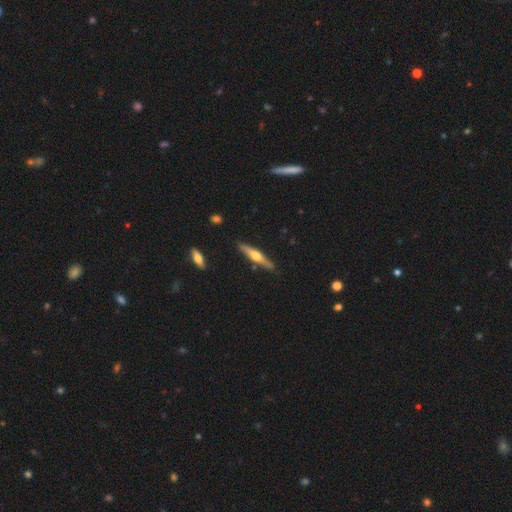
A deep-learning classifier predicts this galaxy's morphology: type=featured or disk (63%); edge-on=yes (96%); edge-on bulge=rounded (92%); merging=none (88%).